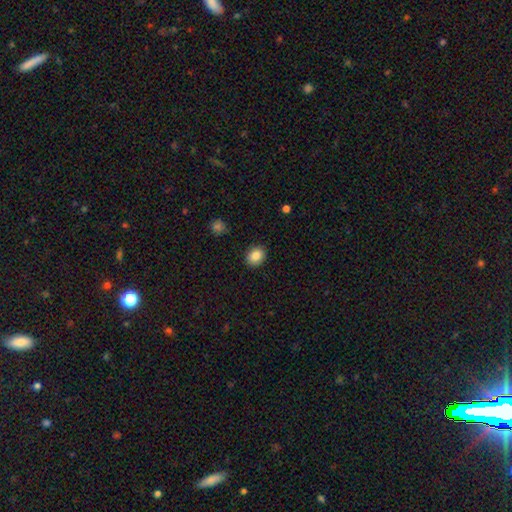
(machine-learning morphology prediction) smooth-or-featured: smooth: 85% | star or artifact: 9% | featured or disk: 6%
  how-rounded: round: 55% | in between: 44% | cigar-shaped: 1%
  merging: none: 90% | minor disturbance: 7% | major disturbance: 2% | merger: 1%